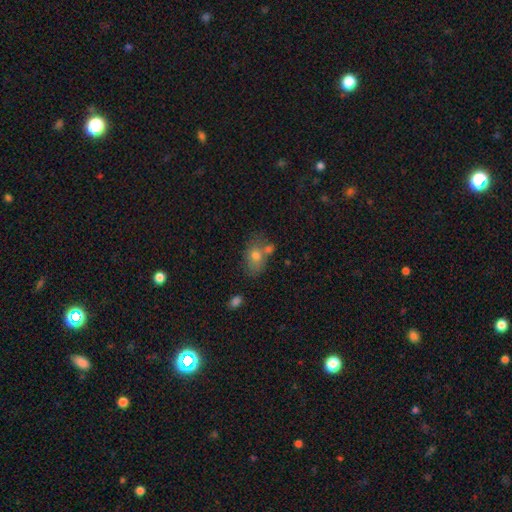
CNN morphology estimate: smooth-or-featured: smooth: 71% | featured or disk: 18% | star or artifact: 11%
  how-rounded: in between: 75% | round: 23% | cigar-shaped: 2%
  merging: none: 49% | merger: 27% | minor disturbance: 17% | major disturbance: 6%